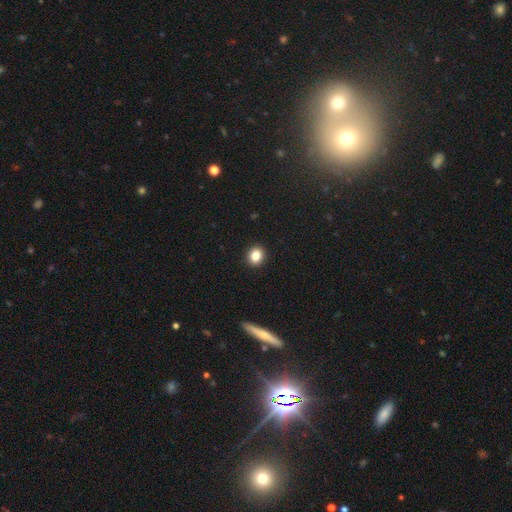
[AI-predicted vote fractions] This is clearly a smooth galaxy (84%). How rounded: likely round (71%). Merging: clearly none (92%).